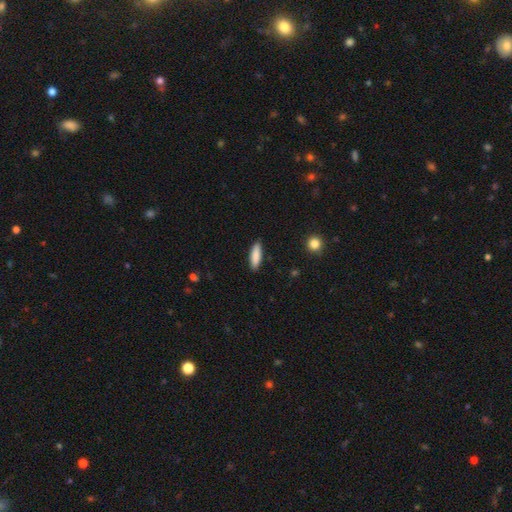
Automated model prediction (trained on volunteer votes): This appears to be a smooth galaxy with no disk features (87%) that is cigar-shaped (55%). Merging: none (88%).